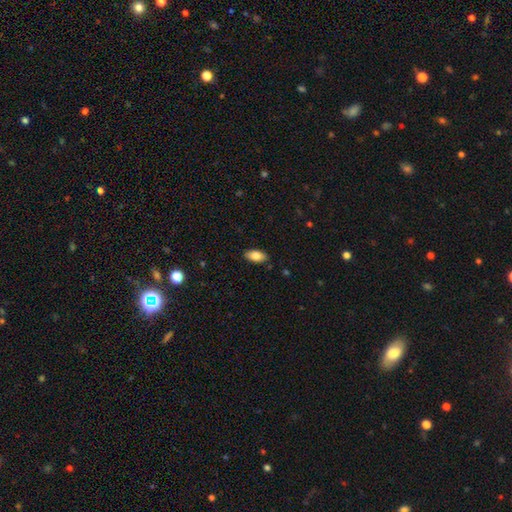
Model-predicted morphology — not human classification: A smooth galaxy with no disk features (81%) that is in between round and cigar-shaped (91%).

Vote fractions:
- Smooth or featured? smooth: 81% / featured or disk: 12% / star or artifact: 7%
- How rounded? in between: 91% / cigar-shaped: 6% / round: 3%
- Merging? none: 88% / minor disturbance: 9% / major disturbance: 2% / merger: 1%